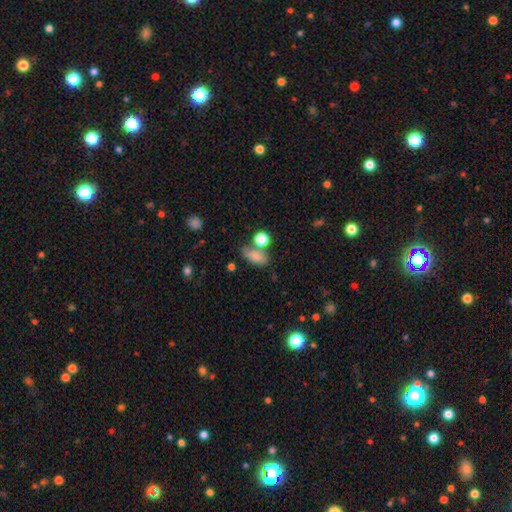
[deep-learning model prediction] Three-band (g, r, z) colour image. It shows a smooth galaxy with no disk features (73%) that is in between round and cigar-shaped (81%). Merging: none (44%).